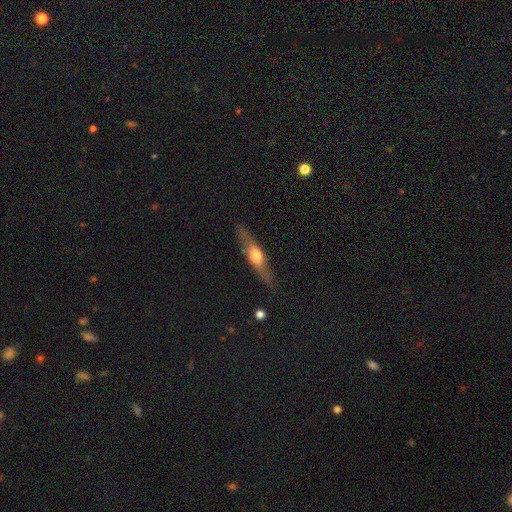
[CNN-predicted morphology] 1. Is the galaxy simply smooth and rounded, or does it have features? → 59% featured or disk, 35% smooth, 6% star or artifact.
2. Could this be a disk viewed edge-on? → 87% yes, 13% no.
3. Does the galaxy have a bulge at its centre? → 90% rounded, 6% boxy, 4% none.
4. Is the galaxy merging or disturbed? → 85% none, 11% minor disturbance, 3% major disturbance, 2% merger.